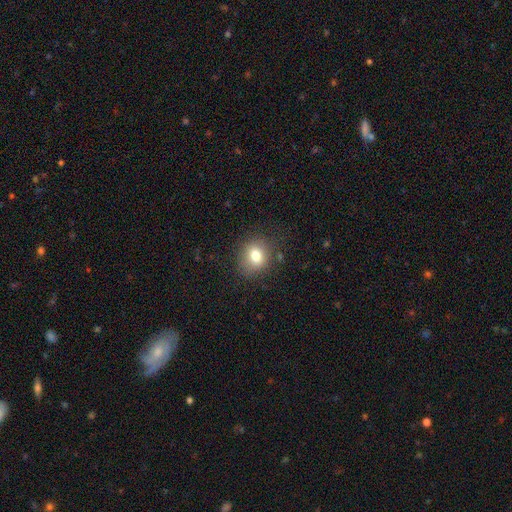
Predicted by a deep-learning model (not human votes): A smooth galaxy with no disk features (77%) that is round (69%). Merging: none (81%).